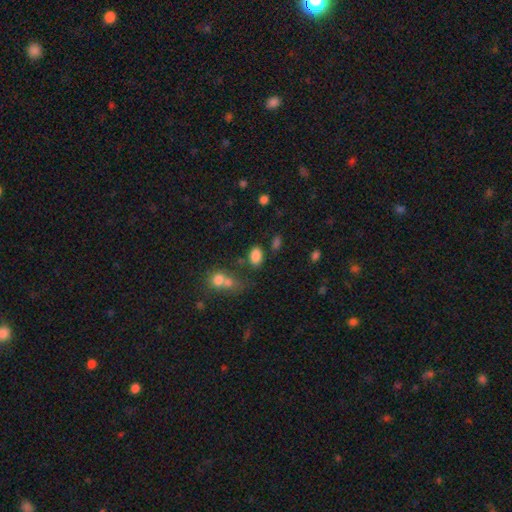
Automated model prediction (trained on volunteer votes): Smooth or featured? Predicted: smooth (p=0.84). How rounded? Predicted: in between (p=0.86). Merging? Predicted: none (p=0.71).